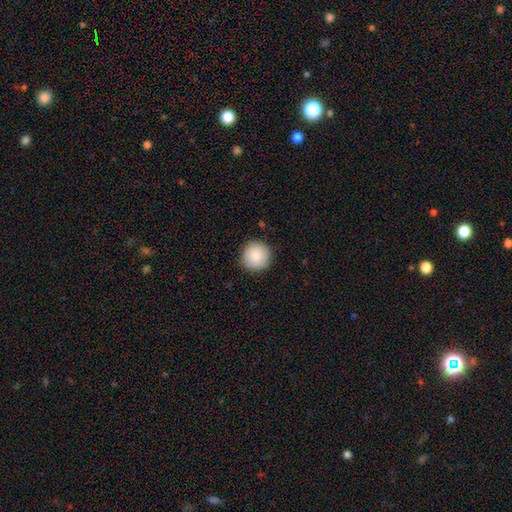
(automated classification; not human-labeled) Smooth or featured? Predicted: smooth (p=0.86). How rounded? Predicted: round (p=0.95). Merging? Predicted: none (p=0.89).